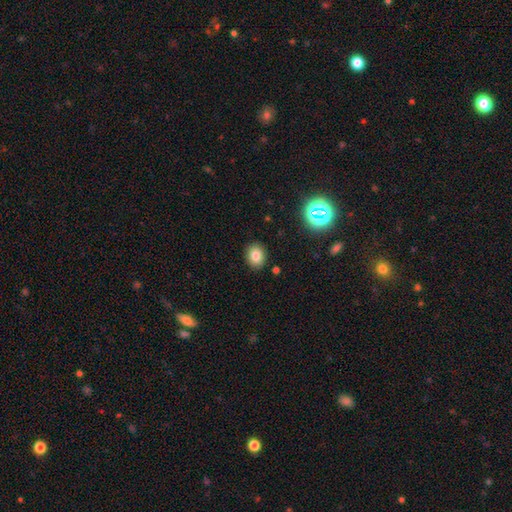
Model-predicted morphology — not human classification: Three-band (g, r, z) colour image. It shows a smooth galaxy with no disk features (80%) that is in between round and cigar-shaped (53%). Merging: none (89%).